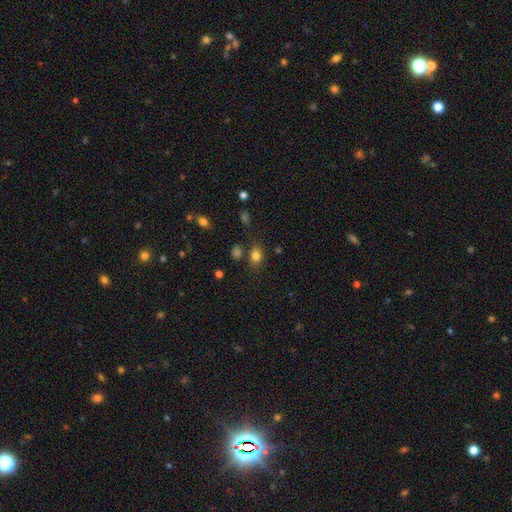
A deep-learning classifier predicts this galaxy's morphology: Smooth or featured?
  - smooth: 80% *
  - star or artifact: 13%
  - featured or disk: 7%
How rounded?
  - in between: 55% *
  - round: 43%
  - cigar-shaped: 1%
Merging?
  - none: 73% *
  - minor disturbance: 15%
  - merger: 7%
  - major disturbance: 5%